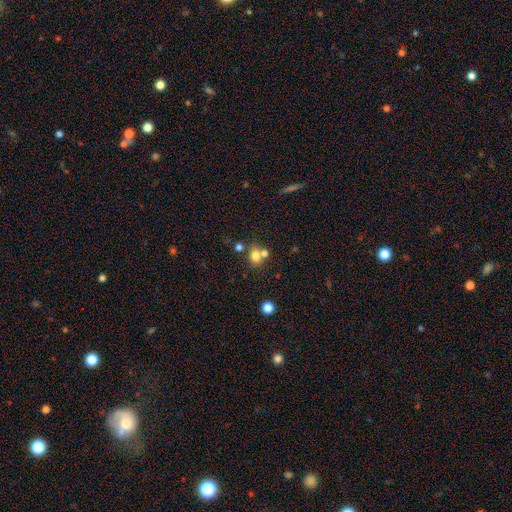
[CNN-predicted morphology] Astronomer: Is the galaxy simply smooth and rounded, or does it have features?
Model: smooth — 75%.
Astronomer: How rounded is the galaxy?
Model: round — 56% (runner-up: in between, 43%).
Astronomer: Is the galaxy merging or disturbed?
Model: none — 53% (runner-up: merger, 34%).